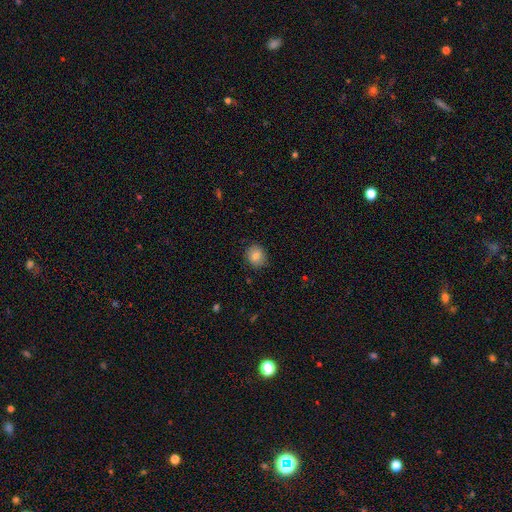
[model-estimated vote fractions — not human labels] smooth_or_featured: smooth (p=0.83) [alt: star or artifact p=0.09]
how_rounded: round (p=0.78) [alt: in between p=0.21]
merging: none (p=0.86) [alt: minor disturbance p=0.11]